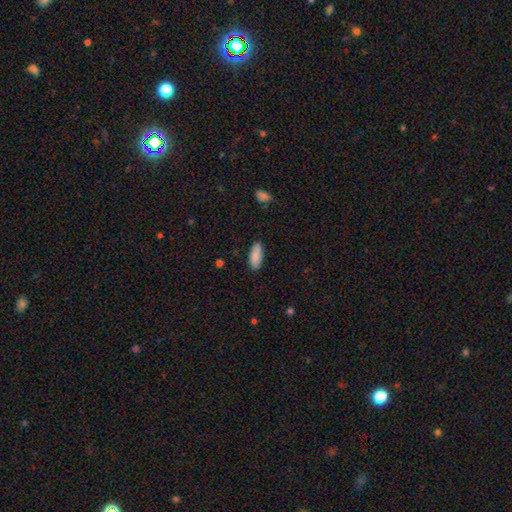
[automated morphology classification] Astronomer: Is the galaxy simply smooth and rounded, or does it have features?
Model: smooth — 86%.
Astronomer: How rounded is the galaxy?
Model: in between — 80%.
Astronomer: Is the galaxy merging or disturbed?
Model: none — 87%.